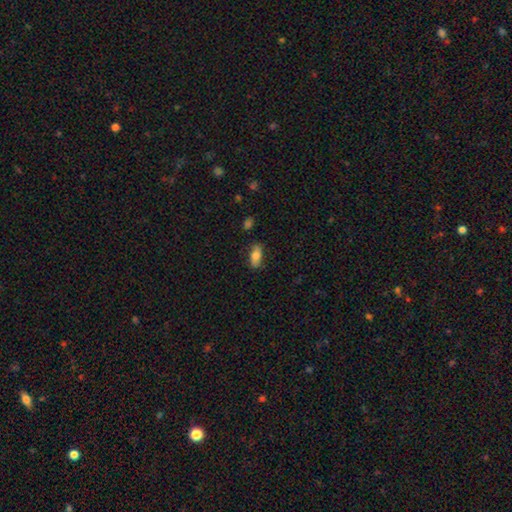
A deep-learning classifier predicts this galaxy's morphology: This is likely a smooth galaxy (76%). How rounded: clearly in between (82%). Merging: likely none (76%).